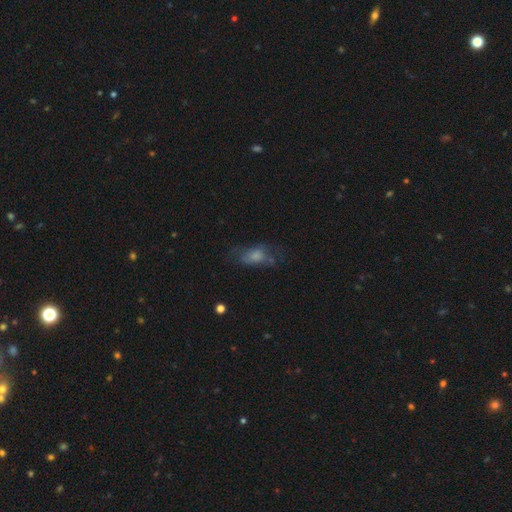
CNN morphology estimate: The model was most divided on "merging": none: 44%, major disturbance: 27%, minor disturbance: 26%, merger: 3%. More confident: how rounded — in between (82%); smooth or featured — smooth (59%).